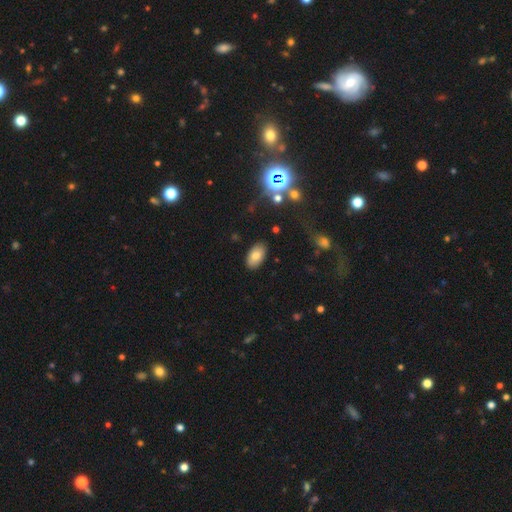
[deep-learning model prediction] smooth 78%, featured or disk 12%, star or artifact 10%. Down the decision tree: how rounded — in between (94%); merging — none (87%).